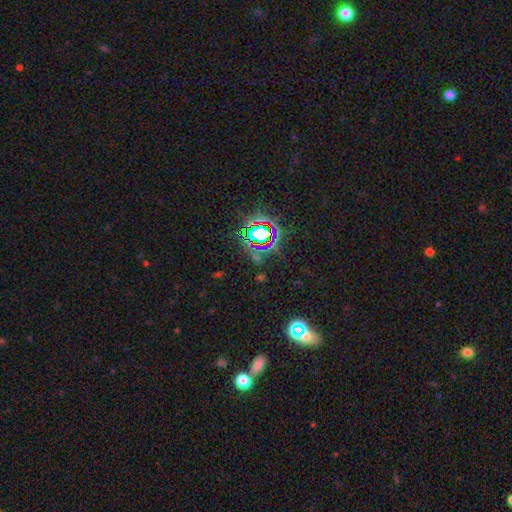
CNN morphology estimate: This appears to be a star or artifact, not a galaxy (75%).